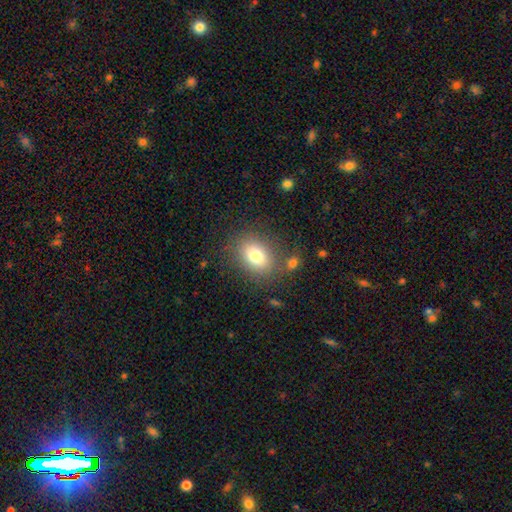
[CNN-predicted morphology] Smooth or featured: smooth — 77% (featured or disk — 13%)
How rounded: in between — 72% (round — 26%)
Merging: none — 76% (minor disturbance — 12%)